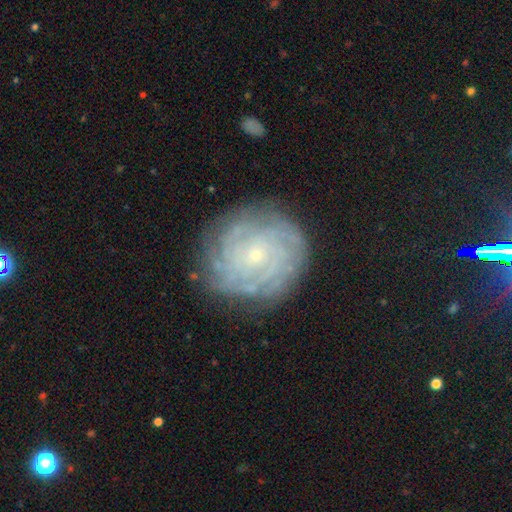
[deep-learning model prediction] Smooth or featured?
  - featured or disk: 79% *
  - smooth: 12%
  - star or artifact: 9%
Edge-on disk?
  - no: 97% *
  - yes: 3%
Bar?
  - no: 80% *
  - weak: 16%
  - strong: 4%
Spiral arms?
  - yes: 95% *
  - no: 5%
Spiral winding?
  - tight: 83% *
  - medium: 14%
  - loose: 4%
Spiral arm count?
  - can't tell: 36% *
  - more than 4: 20%
  - 4: 19%
  - 3: 10%
  - 2: 9%
  - 1: 7%
Bulge size?
  - small: 85% *
  - moderate: 12%
  - none: 2%
  - large: 1%
  - dominant: 1%
Merging?
  - none: 82% *
  - minor disturbance: 13%
  - major disturbance: 4%
  - merger: 1%